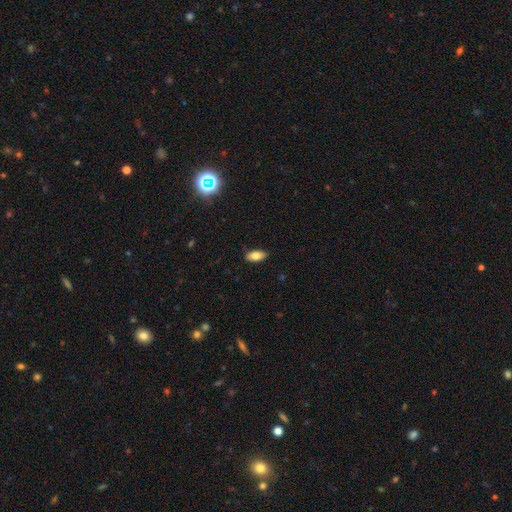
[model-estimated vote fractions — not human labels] smooth-or-featured: smooth: 79% | featured or disk: 13% | star or artifact: 8%
  how-rounded: in between: 88% | cigar-shaped: 9% | round: 3%
  merging: none: 86% | minor disturbance: 11% | major disturbance: 2% | merger: 1%